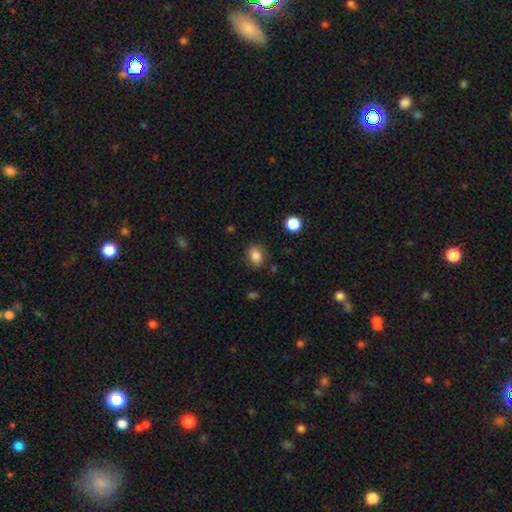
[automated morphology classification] type=smooth (84%); roundness=in between (52%); merging=none (83%).